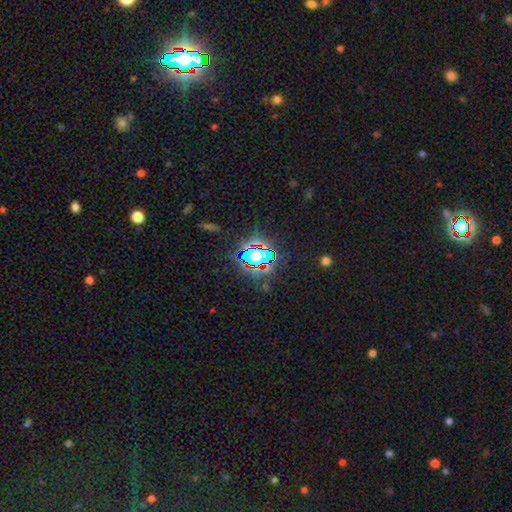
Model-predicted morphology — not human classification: Smooth or featured?
  - star or artifact: 71% *
  - smooth: 18%
  - featured or disk: 10%